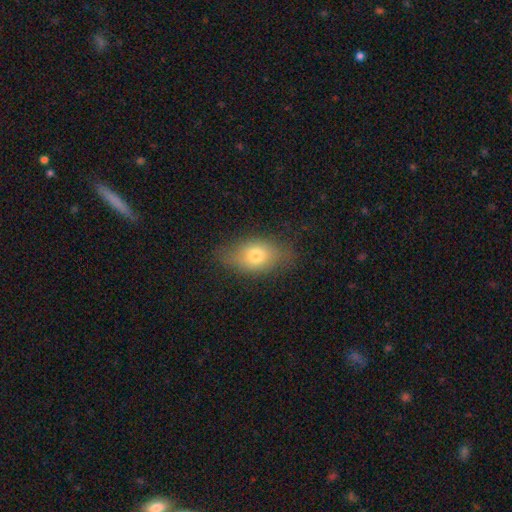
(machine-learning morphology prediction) Smooth or featured?
  - smooth: 72% *
  - featured or disk: 18%
  - star or artifact: 10%
How rounded?
  - in between: 81% *
  - round: 16%
  - cigar-shaped: 3%
Merging?
  - none: 73% *
  - minor disturbance: 19%
  - major disturbance: 6%
  - merger: 1%